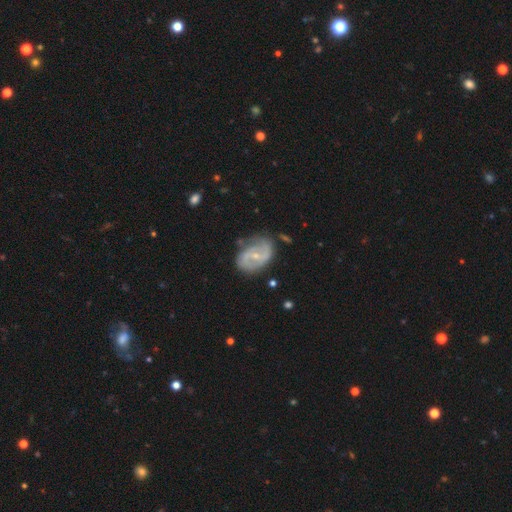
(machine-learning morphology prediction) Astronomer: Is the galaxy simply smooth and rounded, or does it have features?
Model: featured or disk — 80%.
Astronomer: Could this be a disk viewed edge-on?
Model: no — 97%.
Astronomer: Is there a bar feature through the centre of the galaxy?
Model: weak — 47% (runner-up: no, 36%).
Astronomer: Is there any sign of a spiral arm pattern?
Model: yes — 91%.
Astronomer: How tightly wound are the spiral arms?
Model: medium — 46% (runner-up: loose, 30%).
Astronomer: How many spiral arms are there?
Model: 2 — 82%.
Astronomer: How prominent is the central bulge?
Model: small — 71%.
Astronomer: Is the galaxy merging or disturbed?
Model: none — 67%.